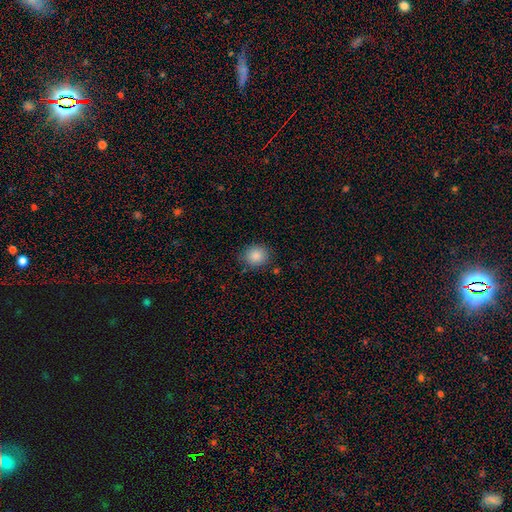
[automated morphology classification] The model was most divided on "how rounded": round: 75%, in between: 24%, cigar-shaped: 1%. More confident: smooth or featured — smooth (86%); merging — none (83%).